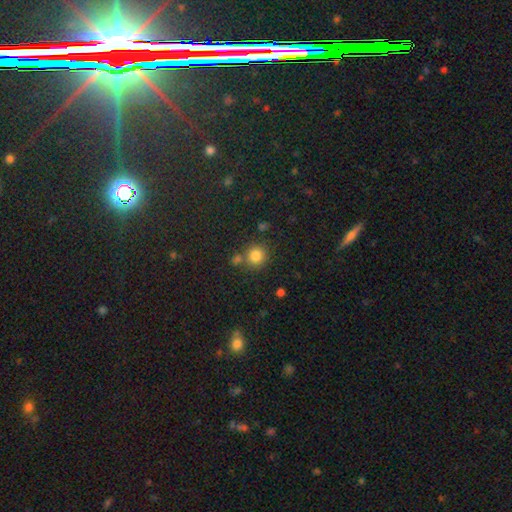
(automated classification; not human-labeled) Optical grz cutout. It shows a smooth galaxy with no disk features (81%) that is round (90%). Merging: none (71%).